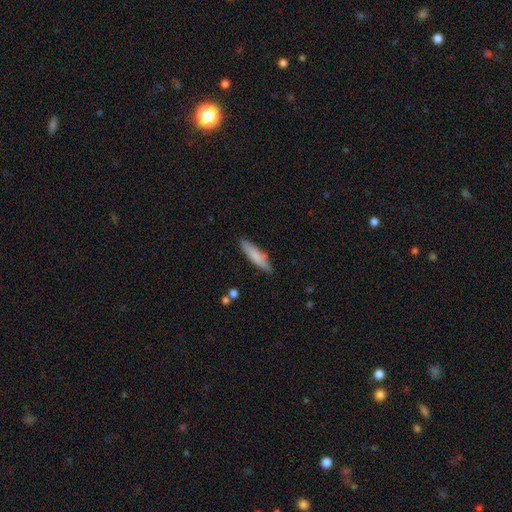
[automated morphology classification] Smooth or featured?
  - smooth: 78% *
  - featured or disk: 16%
  - star or artifact: 6%
How rounded?
  - cigar-shaped: 79% *
  - in between: 20%
  - round: 1%
Merging?
  - none: 83% *
  - minor disturbance: 13%
  - major disturbance: 2%
  - merger: 2%